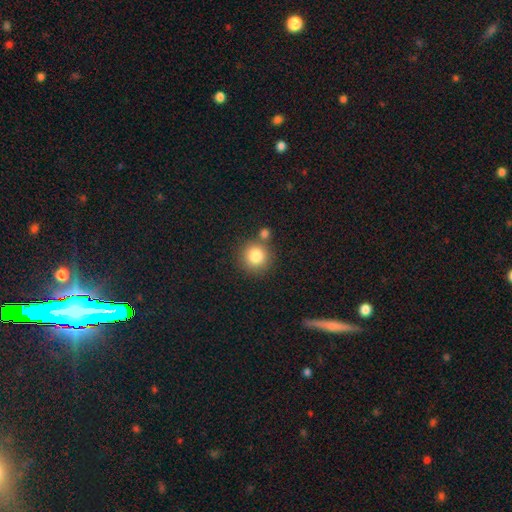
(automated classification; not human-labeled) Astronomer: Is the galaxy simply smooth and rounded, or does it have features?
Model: smooth — 82%.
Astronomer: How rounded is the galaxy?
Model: round — 92%.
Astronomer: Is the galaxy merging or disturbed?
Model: none — 72%.